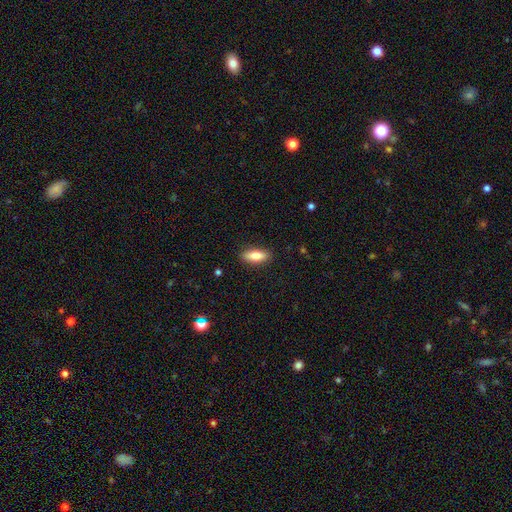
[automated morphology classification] type=smooth (79%); roundness=in between (69%); merging=none (88%).